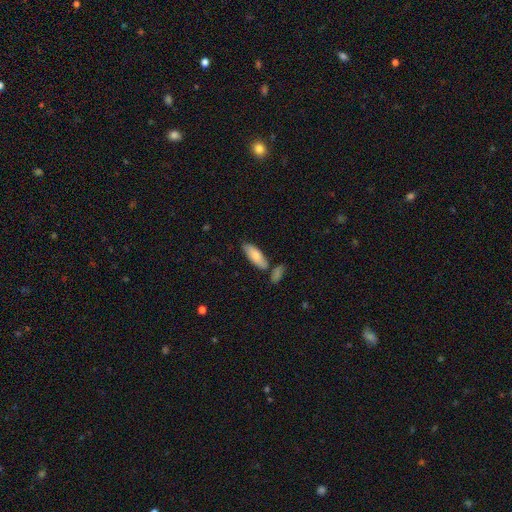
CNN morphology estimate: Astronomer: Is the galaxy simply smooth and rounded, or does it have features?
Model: smooth — 79%.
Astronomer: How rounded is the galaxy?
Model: in between — 68%.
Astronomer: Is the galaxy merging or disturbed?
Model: none — 68%.